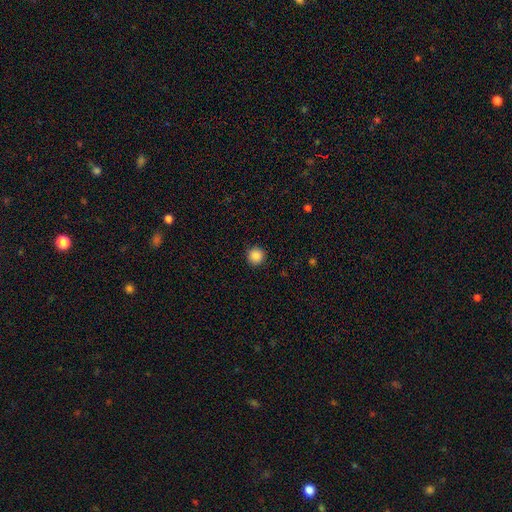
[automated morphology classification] Smooth or featured? Predicted: smooth (p=0.88). How rounded? Predicted: round (p=0.96). Merging? Predicted: none (p=0.92).